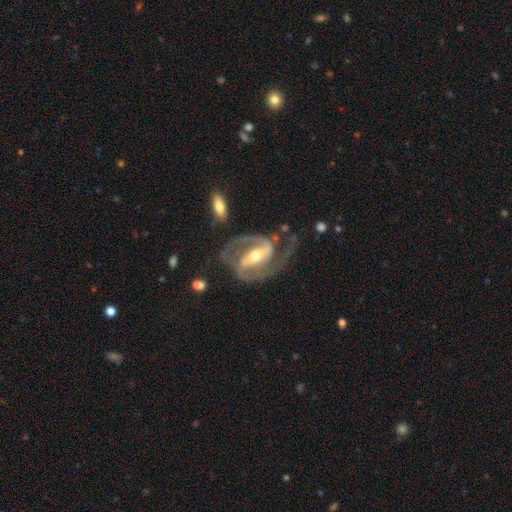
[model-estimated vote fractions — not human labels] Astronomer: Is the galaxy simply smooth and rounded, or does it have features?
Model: featured or disk — 93%.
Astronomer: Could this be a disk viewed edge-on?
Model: no — 97%.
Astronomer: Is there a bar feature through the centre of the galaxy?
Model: strong — 56% (runner-up: weak, 32%).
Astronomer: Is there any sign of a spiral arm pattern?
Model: yes — 98%.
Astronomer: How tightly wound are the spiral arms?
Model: medium — 57%.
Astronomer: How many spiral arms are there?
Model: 2 — 88%.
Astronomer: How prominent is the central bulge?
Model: moderate — 63%.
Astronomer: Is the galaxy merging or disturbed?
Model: none — 64%.